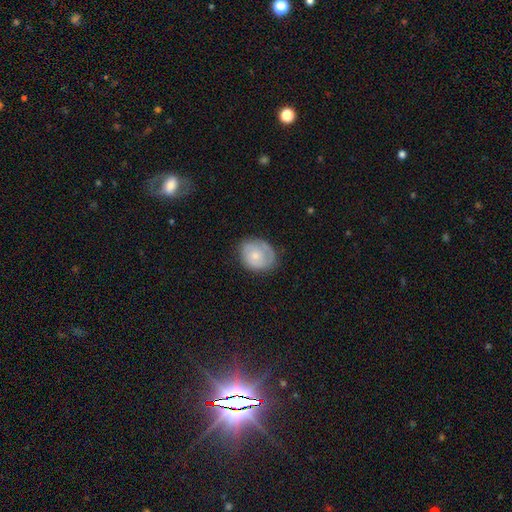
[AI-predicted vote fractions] Smooth or featured: smooth — 53% (featured or disk — 41%)
How rounded: round — 58% (in between — 41%)
Merging: none — 68% (minor disturbance — 23%)